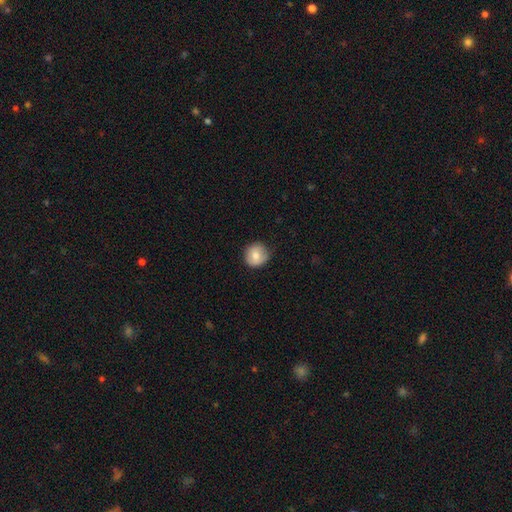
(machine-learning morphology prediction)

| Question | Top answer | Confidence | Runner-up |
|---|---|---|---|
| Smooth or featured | smooth | 77% | featured or disk (15%) |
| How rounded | round | 91% | in between (8%) |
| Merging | none | 80% | minor disturbance (16%) |